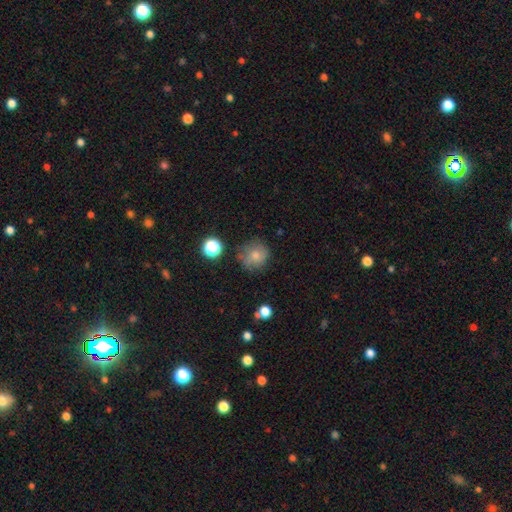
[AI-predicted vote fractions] smooth_or_featured: smooth (p=0.75) [alt: featured or disk p=0.13]
how_rounded: round (p=0.89) [alt: in between p=0.10]
merging: none (p=0.75) [alt: minor disturbance p=0.17]